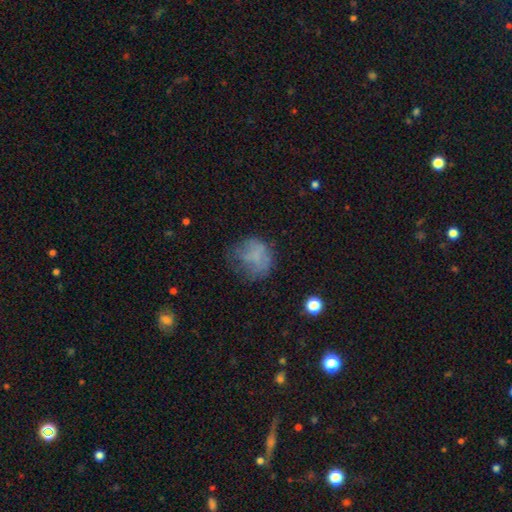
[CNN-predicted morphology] Q: Smooth or featured?
A: smooth (58%); runner-up: featured or disk (27%)
Q: How rounded?
A: round (74%); runner-up: in between (25%)
Q: Merging?
A: none (49%); runner-up: minor disturbance (24%)